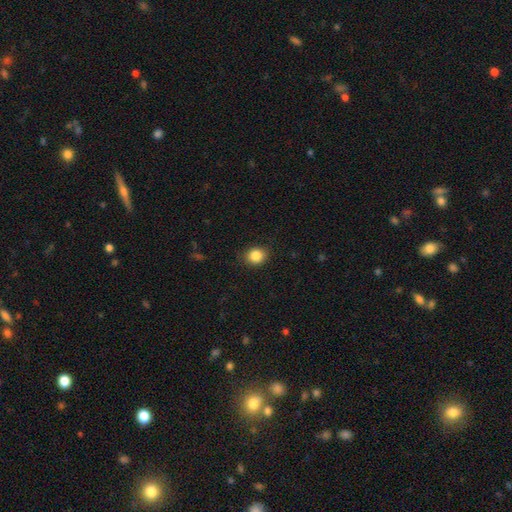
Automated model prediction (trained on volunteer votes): This is clearly a smooth galaxy (86%). How rounded: likely round (72%). Merging: clearly none (86%).